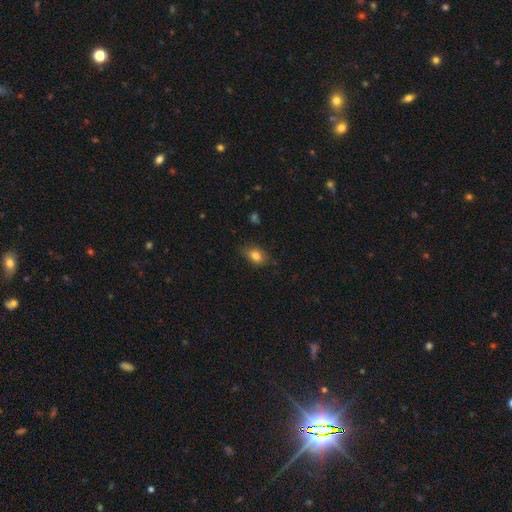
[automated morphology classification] type=smooth (81%); roundness=in between (78%); merging=none (72%).